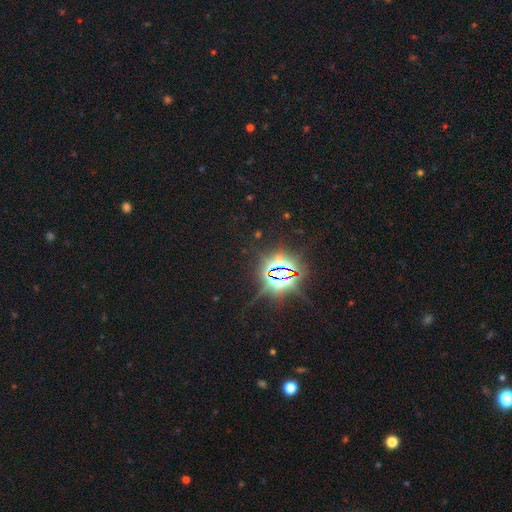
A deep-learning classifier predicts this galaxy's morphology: A star or artifact, not a galaxy (86%).

Vote fractions:
- Smooth or featured? star or artifact: 86% / smooth: 8% / featured or disk: 5%